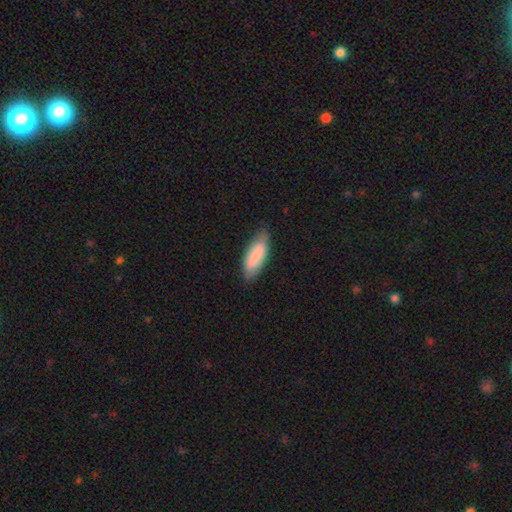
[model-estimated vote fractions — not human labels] The model was most divided on "how rounded": in between: 70%, cigar-shaped: 28%, round: 2%. More confident: smooth or featured — smooth (84%); merging — none (74%).